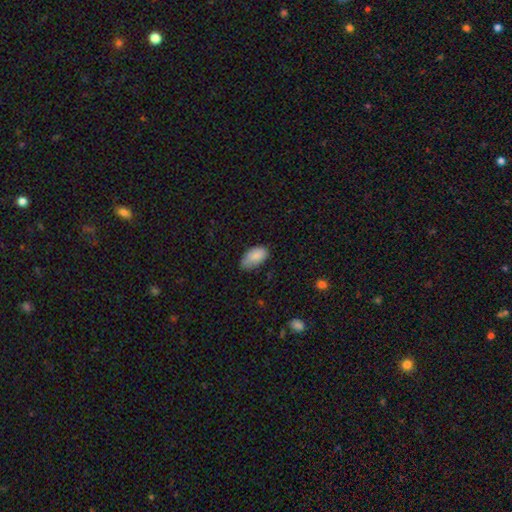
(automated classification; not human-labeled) Morphology: type=smooth (87%); roundness=in between (94%); merging=none (54%).